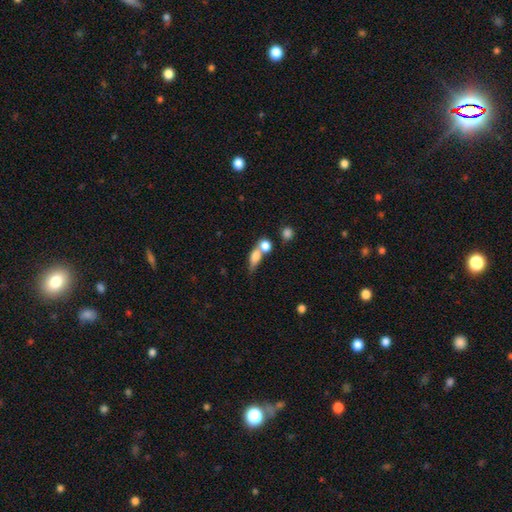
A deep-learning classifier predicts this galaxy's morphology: A smooth galaxy with no disk features (71%) that is in between round and cigar-shaped (56%).

Vote fractions:
- Smooth or featured? smooth: 71% / featured or disk: 18% / star or artifact: 10%
- How rounded? in between: 56% / round: 25% / cigar-shaped: 19%
- Merging? merger: 48% / none: 32% / minor disturbance: 12% / major disturbance: 8%